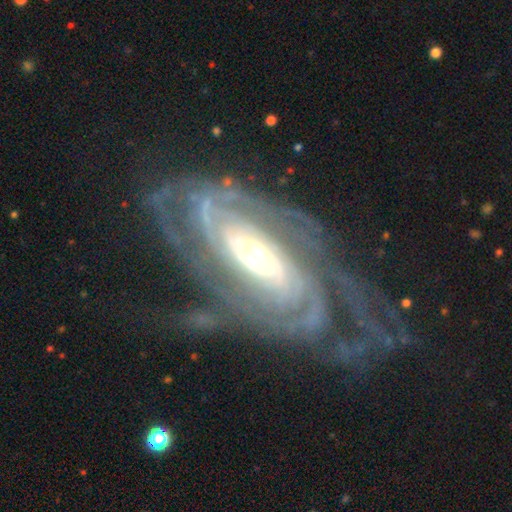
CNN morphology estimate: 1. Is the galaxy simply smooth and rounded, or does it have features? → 90% featured or disk, 5% smooth, 5% star or artifact.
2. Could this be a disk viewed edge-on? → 92% no, 8% yes.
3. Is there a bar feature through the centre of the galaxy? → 53% no, 26% weak, 21% strong.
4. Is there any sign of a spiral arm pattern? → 96% yes, 4% no.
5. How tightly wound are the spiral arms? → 70% tight, 23% medium, 7% loose.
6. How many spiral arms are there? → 28% can't tell, 24% 2, 16% 3, 13% 4, 11% more than 4, 8% 1.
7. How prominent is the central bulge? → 62% moderate, 21% small, 14% large, 2% dominant, 1% none.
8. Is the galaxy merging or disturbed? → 68% none, 17% minor disturbance, 13% major disturbance, 2% merger.